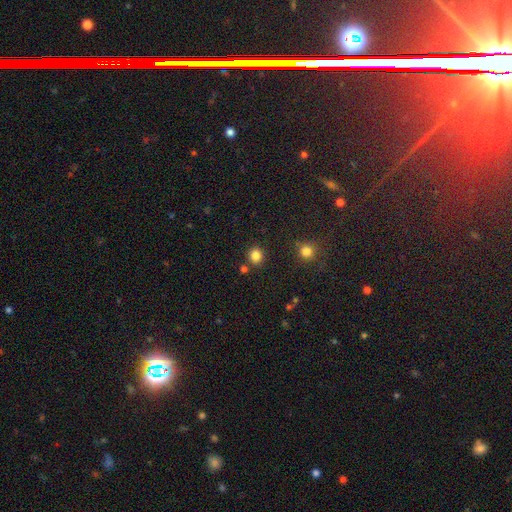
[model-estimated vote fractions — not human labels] This appears to be a smooth galaxy with no disk features (83%) that is round (88%). Merging: none (85%).